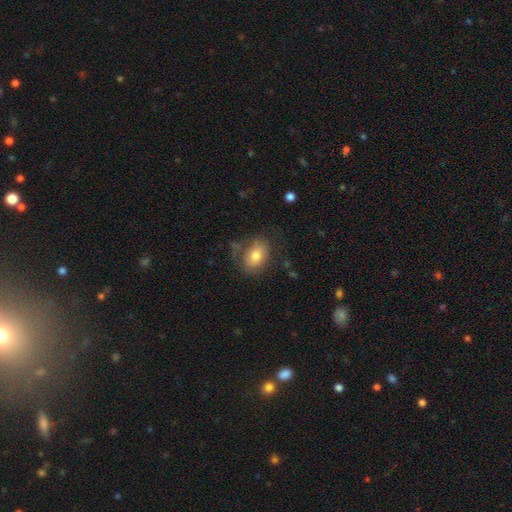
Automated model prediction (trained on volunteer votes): smooth_or_featured: smooth (p=0.74) [alt: featured or disk p=0.18]
how_rounded: in between (p=0.77) [alt: round p=0.21]
merging: none (p=0.63) [alt: minor disturbance p=0.22]